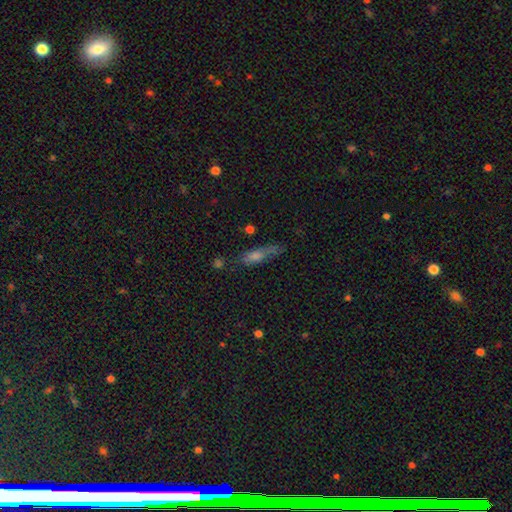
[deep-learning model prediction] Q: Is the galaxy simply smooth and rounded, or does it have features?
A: smooth — 52%.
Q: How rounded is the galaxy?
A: cigar-shaped — 64%.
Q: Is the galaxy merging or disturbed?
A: none — 59%.